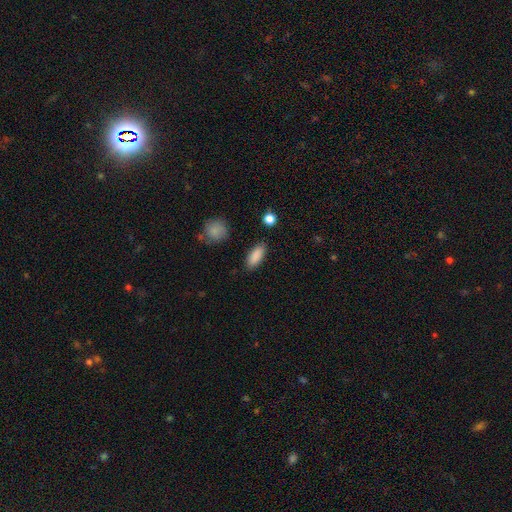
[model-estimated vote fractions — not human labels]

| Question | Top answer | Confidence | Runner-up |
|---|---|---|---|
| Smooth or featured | smooth | 88% | star or artifact (7%) |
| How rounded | in between | 79% | cigar-shaped (18%) |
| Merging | none | 87% | minor disturbance (9%) |